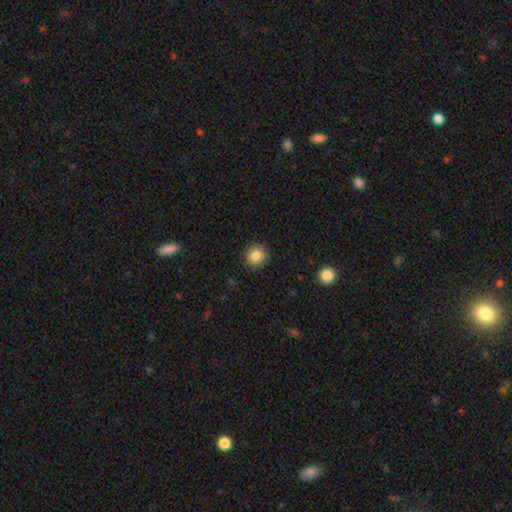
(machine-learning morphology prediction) smooth 85%, star or artifact 9%, featured or disk 5%. Down the decision tree: how rounded — round (92%); merging — none (91%).